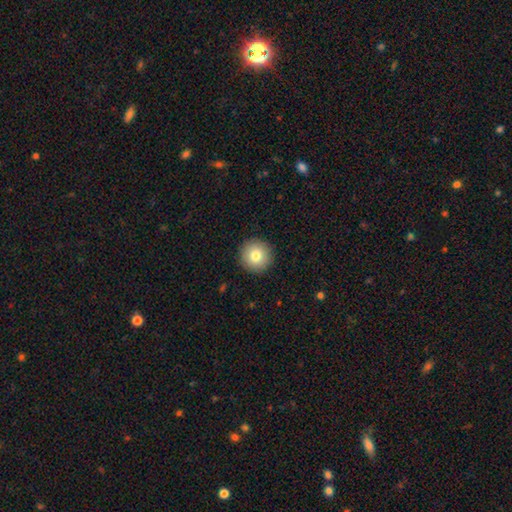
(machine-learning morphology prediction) Q: Smooth or featured?
A: smooth (81%); runner-up: featured or disk (10%)
Q: How rounded?
A: round (96%); runner-up: in between (4%)
Q: Merging?
A: none (93%); runner-up: minor disturbance (5%)